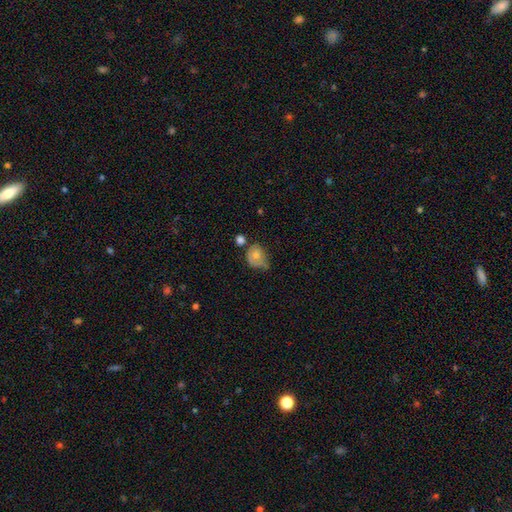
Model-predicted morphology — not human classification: The model was most divided on "how rounded": round: 51%, in between: 48%, cigar-shaped: 1%. Remaining: smooth or featured — smooth (65%); merging — minor disturbance (40%).